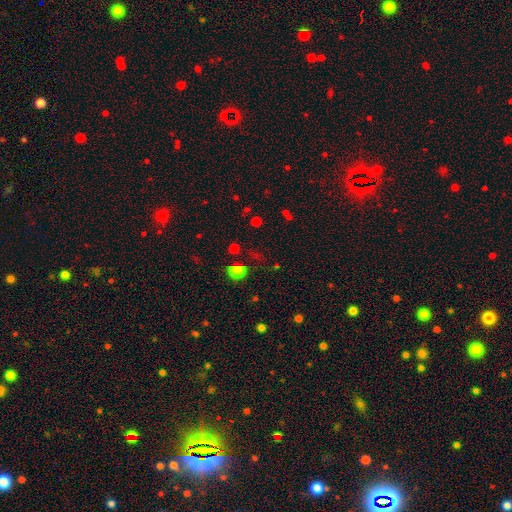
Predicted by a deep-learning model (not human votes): Morphology: type=smooth (50%); merging=none (71%).